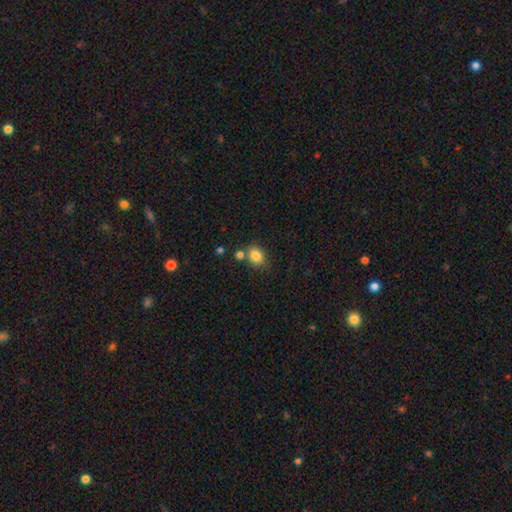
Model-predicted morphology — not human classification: Smooth or featured?
  - smooth: 84% *
  - star or artifact: 10%
  - featured or disk: 7%
How rounded?
  - in between: 56% *
  - round: 43%
  - cigar-shaped: 1%
Merging?
  - none: 63% *
  - merger: 19%
  - minor disturbance: 14%
  - major disturbance: 4%